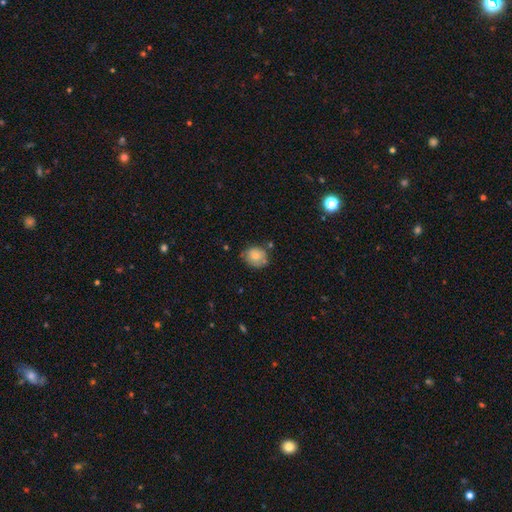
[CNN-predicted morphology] type=smooth (73%); roundness=round (75%); merging=none (66%).